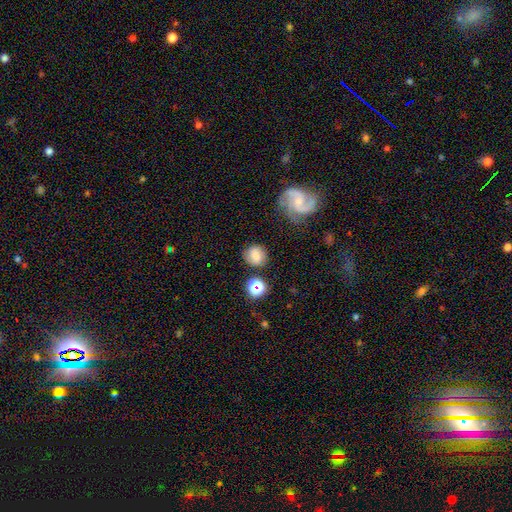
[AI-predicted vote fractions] smooth 62%, featured or disk 26%, star or artifact 12%. Down the decision tree: how rounded — round (74%); merging — none (74%).